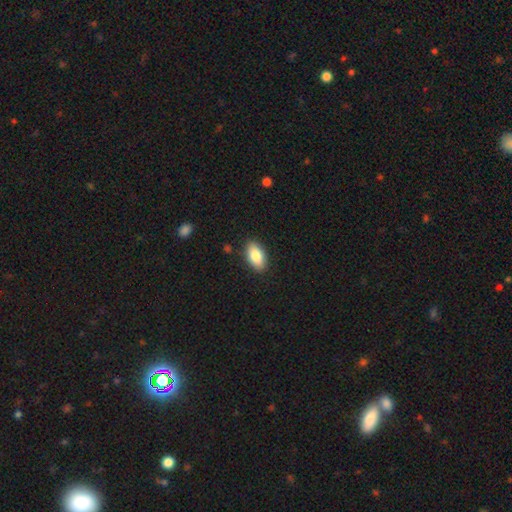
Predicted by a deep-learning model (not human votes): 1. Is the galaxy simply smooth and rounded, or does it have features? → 85% smooth, 9% featured or disk, 7% star or artifact.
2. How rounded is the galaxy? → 93% in between, 4% round, 3% cigar-shaped.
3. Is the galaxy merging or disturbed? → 88% none, 9% minor disturbance, 2% major disturbance, 1% merger.